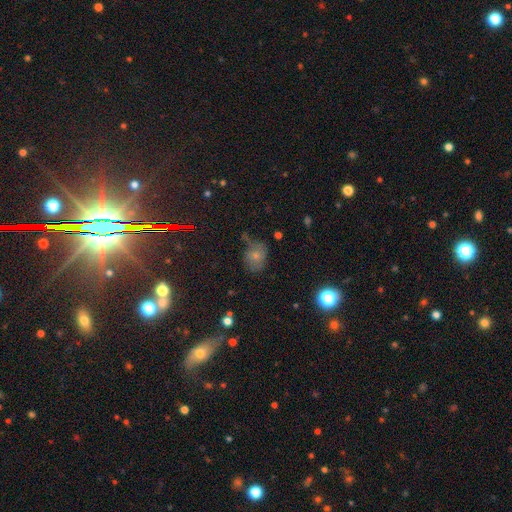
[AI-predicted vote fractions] Smooth or featured? Predicted: smooth (p=0.66). How rounded? Predicted: in between (p=0.52). Merging? Predicted: none (p=0.53).